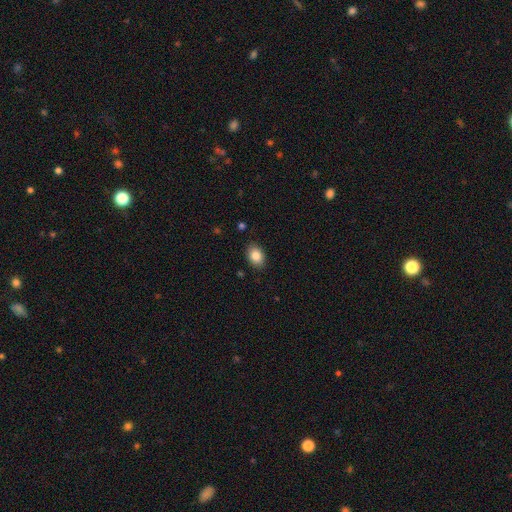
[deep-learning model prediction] Smooth or featured: smooth — 85% (star or artifact — 8%)
How rounded: in between — 75% (round — 24%)
Merging: none — 87% (minor disturbance — 9%)